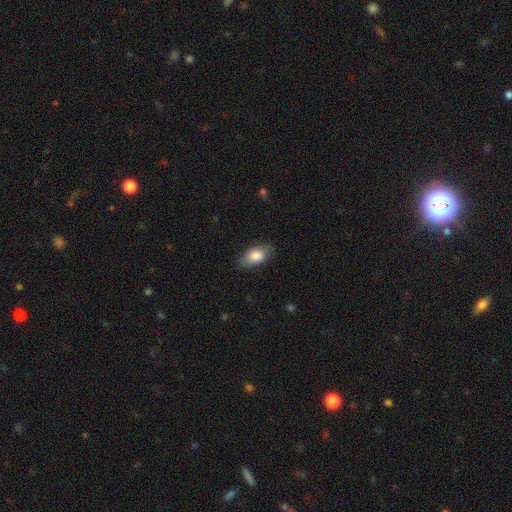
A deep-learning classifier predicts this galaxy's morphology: Q: Smooth or featured?
A: smooth (83%); runner-up: featured or disk (11%)
Q: How rounded?
A: in between (90%); runner-up: round (6%)
Q: Merging?
A: none (77%); runner-up: minor disturbance (18%)